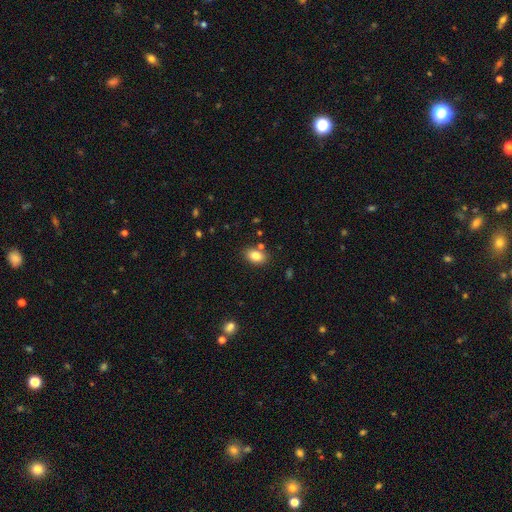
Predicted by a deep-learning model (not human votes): This appears to be a smooth galaxy with no disk features (83%) that is in between round and cigar-shaped (83%). Merging: none (79%).